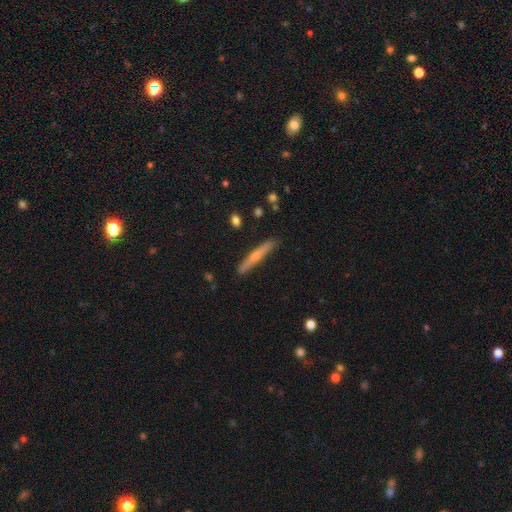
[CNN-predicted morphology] featured or disk 55%, smooth 38%, star or artifact 6%. Down the decision tree: edge-on disk — yes (96%); edge-on bulge — rounded (74%); merging — none (88%).